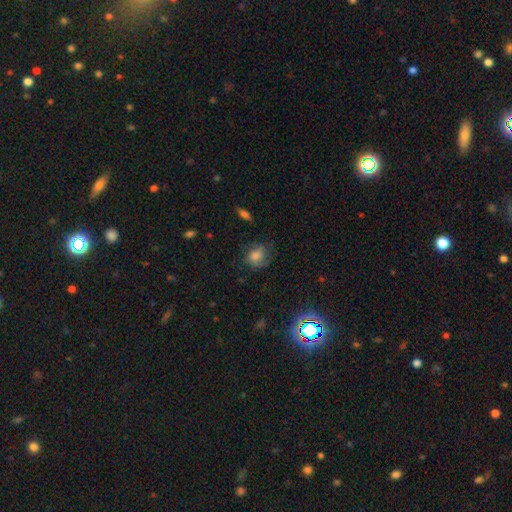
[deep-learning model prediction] Smooth or featured: smooth — 54% (featured or disk — 30%)
How rounded: round — 63% (in between — 36%)
Merging: none — 65% (minor disturbance — 22%)